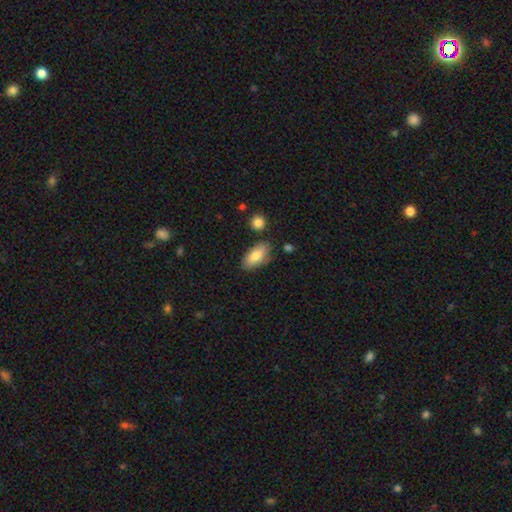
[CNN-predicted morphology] smooth_or_featured: smooth (p=0.80) [alt: featured or disk p=0.14]
how_rounded: in between (p=0.90) [alt: cigar-shaped p=0.08]
merging: none (p=0.78) [alt: minor disturbance p=0.15]